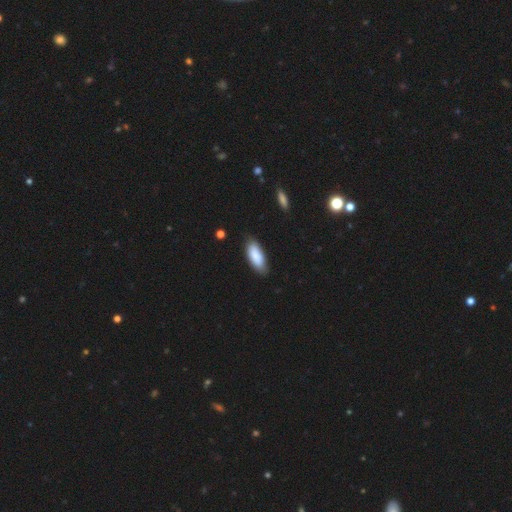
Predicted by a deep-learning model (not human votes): A smooth galaxy with no disk features (87%) that is in between round and cigar-shaped (82%). Merging: none (80%).